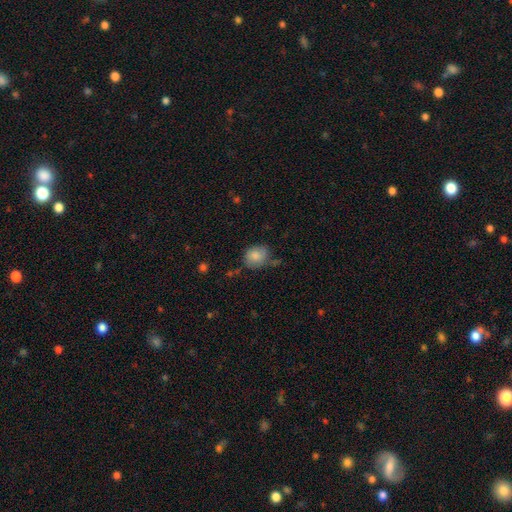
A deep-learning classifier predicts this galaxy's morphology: type=smooth (83%); roundness=round (68%); merging=none (65%).